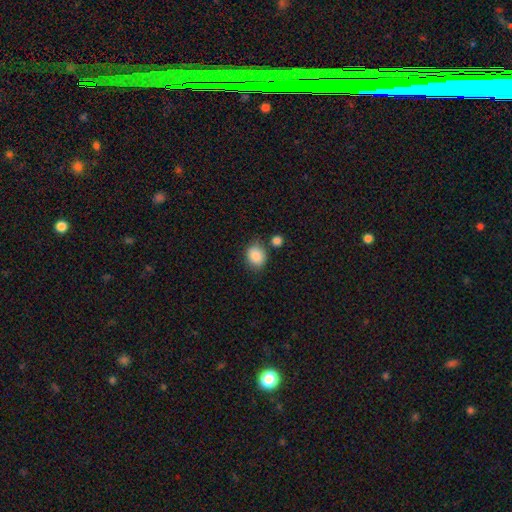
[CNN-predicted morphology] smooth 87%, star or artifact 8%, featured or disk 5%. Down the decision tree: how rounded — round (55%); merging — none (72%).